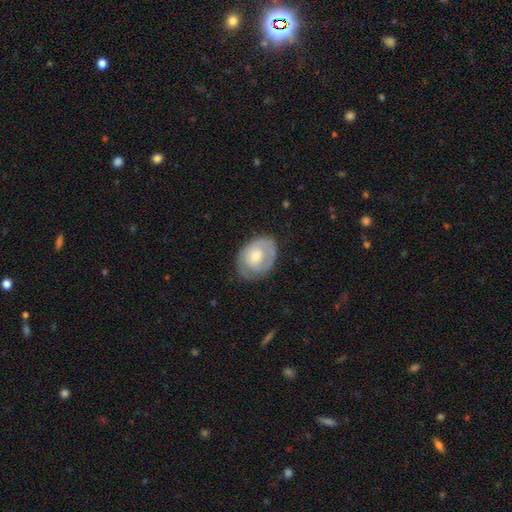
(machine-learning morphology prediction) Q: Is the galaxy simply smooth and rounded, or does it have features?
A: featured or disk — 56%.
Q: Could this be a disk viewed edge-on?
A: no — 95%.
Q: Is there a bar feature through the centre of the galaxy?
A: no — 74%.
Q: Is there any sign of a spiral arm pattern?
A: yes — 63%.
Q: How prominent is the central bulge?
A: moderate — 58%.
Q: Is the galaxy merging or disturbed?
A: none — 68%.